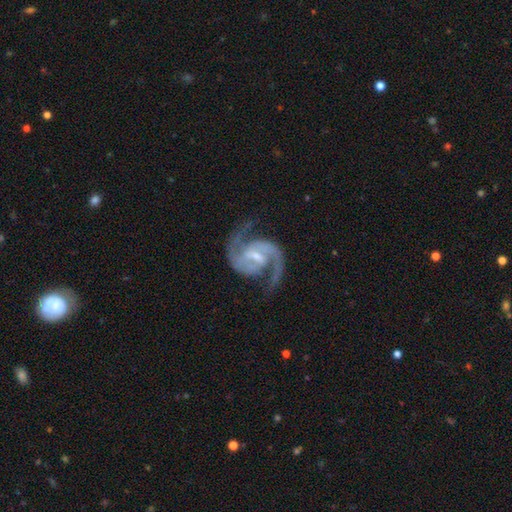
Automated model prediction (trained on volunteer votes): Morphology: type=featured or disk (94%); edge-on=no (98%); bar=weak (54%); spiral arms=yes (99%); winding=medium (65%); arm count=2 (94%); bulge=small (55%); merging=none (79%).